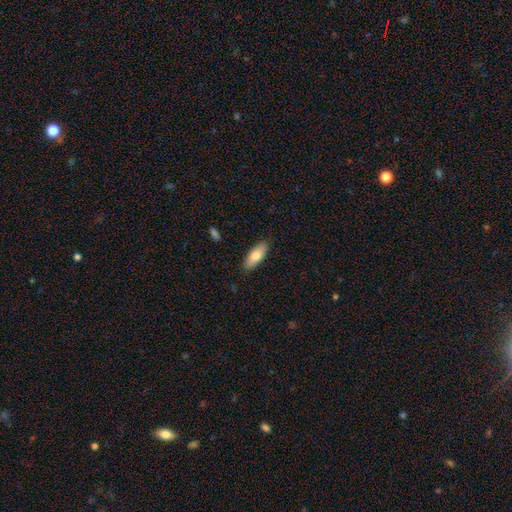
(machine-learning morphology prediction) Smooth or featured?
  - smooth: 76% *
  - featured or disk: 18%
  - star or artifact: 6%
How rounded?
  - in between: 74% *
  - cigar-shaped: 24%
  - round: 2%
Merging?
  - none: 88% *
  - minor disturbance: 9%
  - major disturbance: 2%
  - merger: 1%